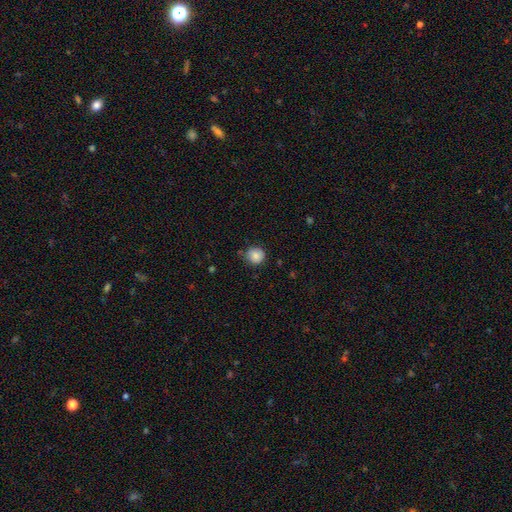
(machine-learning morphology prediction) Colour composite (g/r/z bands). It shows a smooth galaxy with no disk features (84%) that is round (90%). Merging: none (76%).